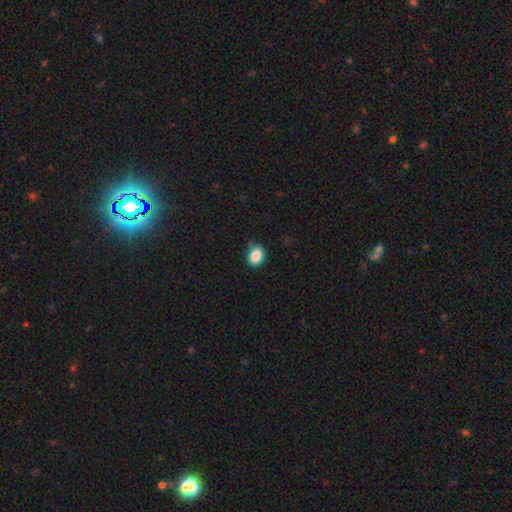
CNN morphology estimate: This appears to be a smooth galaxy with no disk features (87%) that is in between round and cigar-shaped (62%). Merging: none (77%).